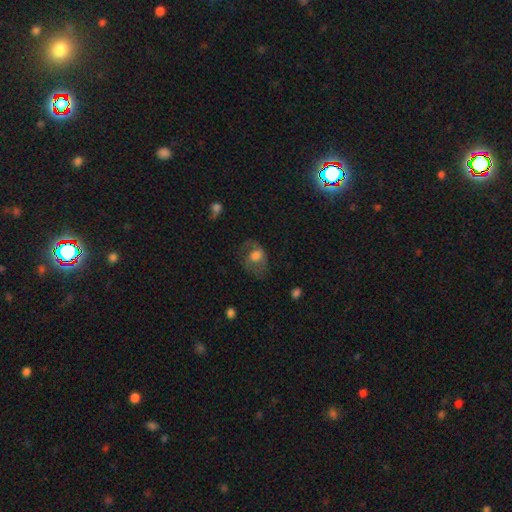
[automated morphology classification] smooth-or-featured: smooth: 55% | featured or disk: 35% | star or artifact: 10%
  how-rounded: in between: 59% | round: 40% | cigar-shaped: 1%
  merging: none: 44% | major disturbance: 30% | minor disturbance: 24% | merger: 2%